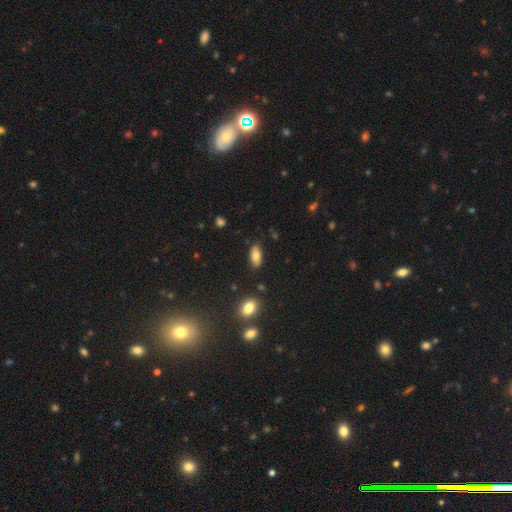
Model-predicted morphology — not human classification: Smooth or featured?
  - smooth: 80% *
  - featured or disk: 12%
  - star or artifact: 8%
How rounded?
  - in between: 88% *
  - cigar-shaped: 9%
  - round: 3%
Merging?
  - none: 83% *
  - minor disturbance: 12%
  - major disturbance: 3%
  - merger: 2%